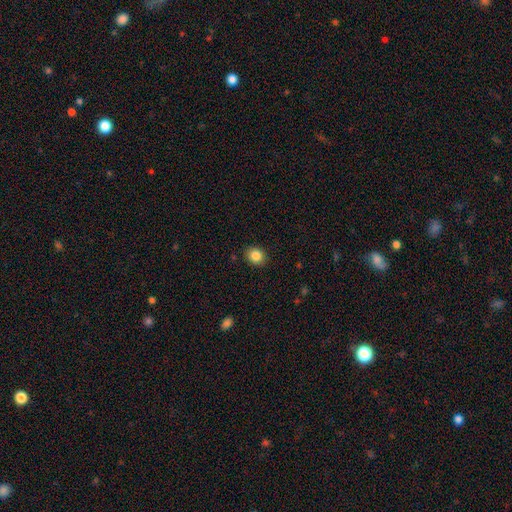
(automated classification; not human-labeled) Overall: smooth (86%). How rounded: round (67%; in between 32%). Merging: none (90%).